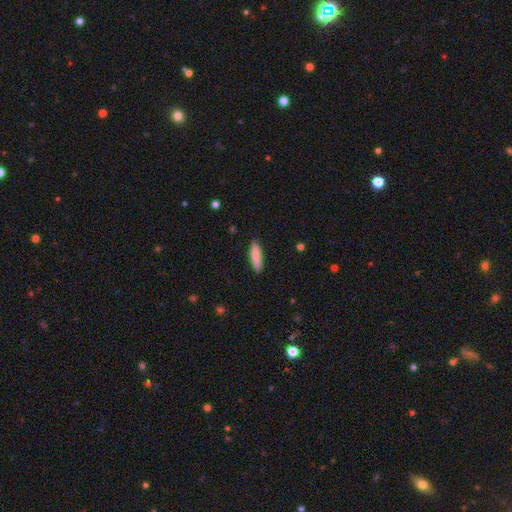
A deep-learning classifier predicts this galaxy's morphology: This is clearly a smooth galaxy (87%). How rounded: likely cigar-shaped (70%). Merging: clearly none (88%).